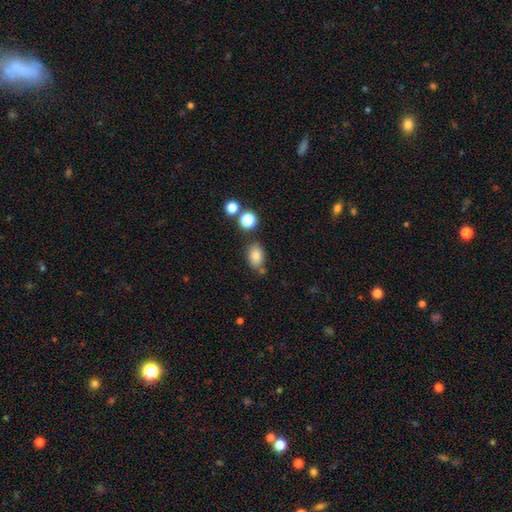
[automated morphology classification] smooth 80%, star or artifact 11%, featured or disk 9%. Down the decision tree: how rounded — in between (79%); merging — none (72%).